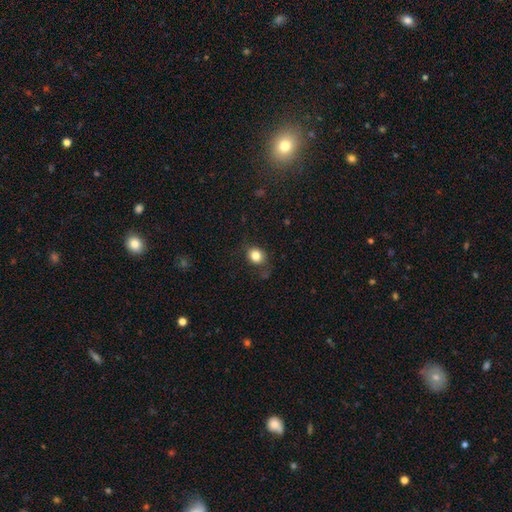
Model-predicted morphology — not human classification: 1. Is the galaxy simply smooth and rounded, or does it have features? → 82% smooth, 11% star or artifact, 7% featured or disk.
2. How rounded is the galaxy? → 66% round, 33% in between, 1% cigar-shaped.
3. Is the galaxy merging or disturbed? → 76% none, 17% minor disturbance, 6% major disturbance, 2% merger.